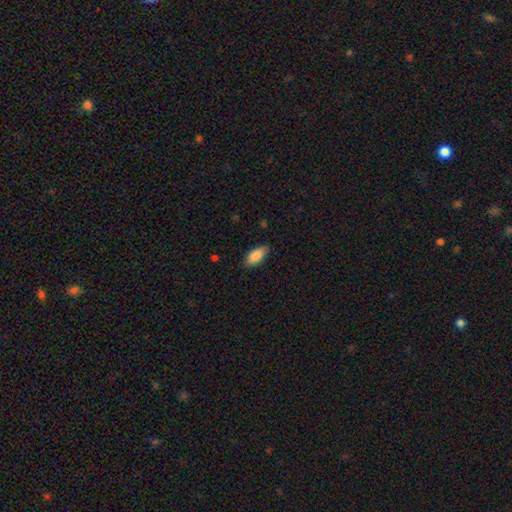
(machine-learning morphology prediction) A smooth galaxy with no disk features (87%) that is in between round and cigar-shaped (90%). Merging: none (82%).